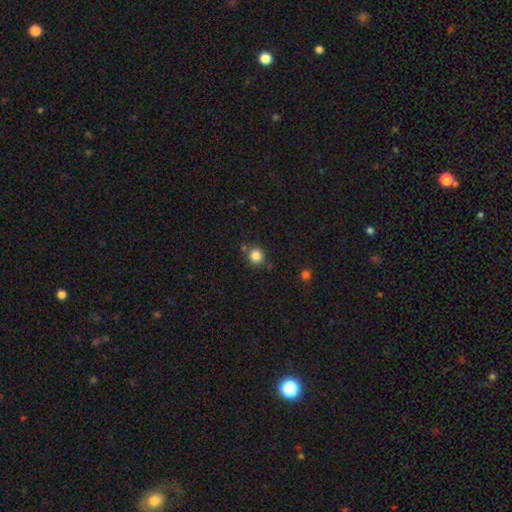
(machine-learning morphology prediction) This is clearly a smooth galaxy (84%). How rounded: clearly round (86%). Merging: likely none (77%).